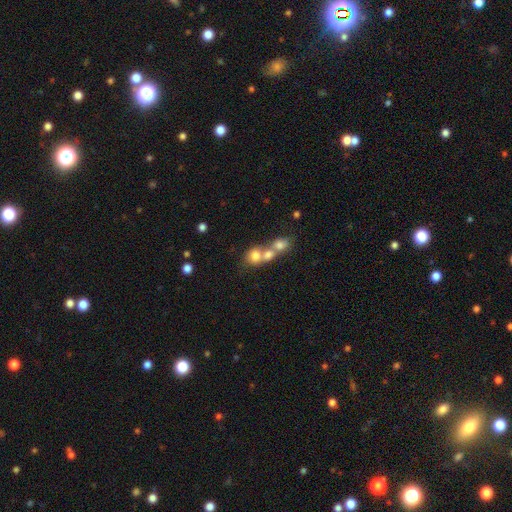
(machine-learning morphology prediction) smooth_or_featured: smooth (p=0.71) [alt: featured or disk p=0.17]
how_rounded: round (p=0.65) [alt: in between p=0.33]
merging: merger (p=0.66) [alt: none p=0.25]